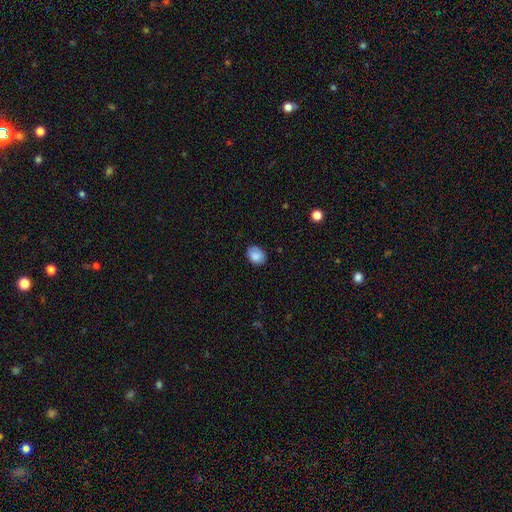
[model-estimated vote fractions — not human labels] A smooth galaxy with no disk features (86%) that is in between round and cigar-shaped (64%). Merging: none (79%).